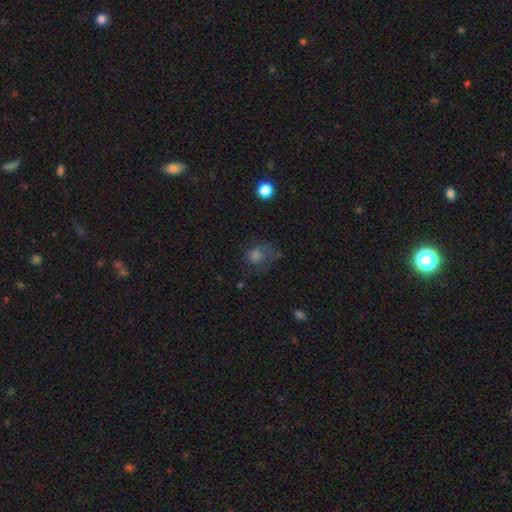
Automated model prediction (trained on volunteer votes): Overall: smooth (64%). How rounded: round (63%; in between 36%). Merging: none (44%; major disturbance 28%).